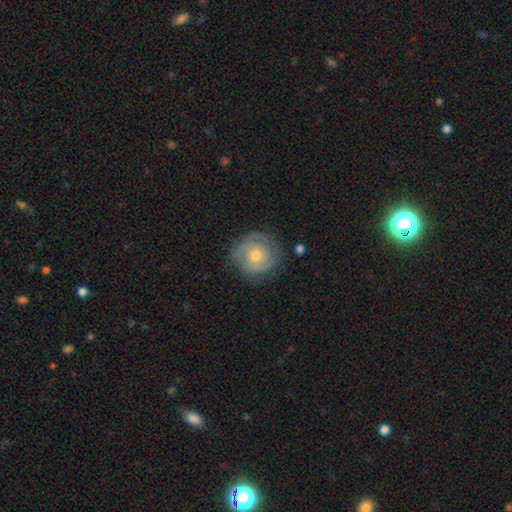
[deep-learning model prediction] Q: Smooth or featured?
A: featured or disk (56%); runner-up: smooth (36%)
Q: Edge-on disk?
A: no (97%); runner-up: yes (3%)
Q: Bar?
A: no (80%); runner-up: weak (17%)
Q: Spiral arms?
A: yes (72%); runner-up: no (28%)
Q: Bulge size?
A: moderate (58%); runner-up: small (37%)
Q: Merging?
A: none (71%); runner-up: minor disturbance (20%)